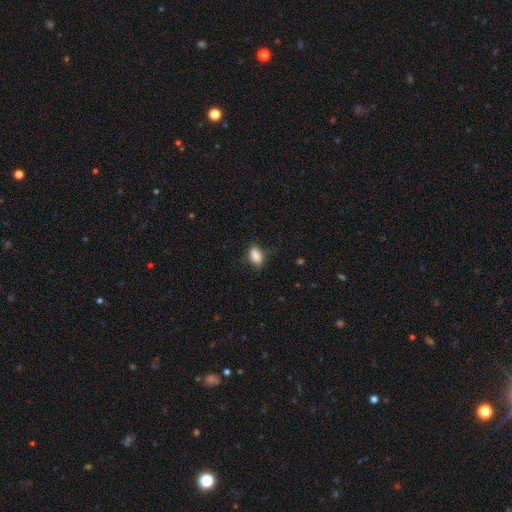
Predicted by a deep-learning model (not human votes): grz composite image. It shows a smooth galaxy with no disk features (86%) that is in between round and cigar-shaped (87%). Merging: none (69%).